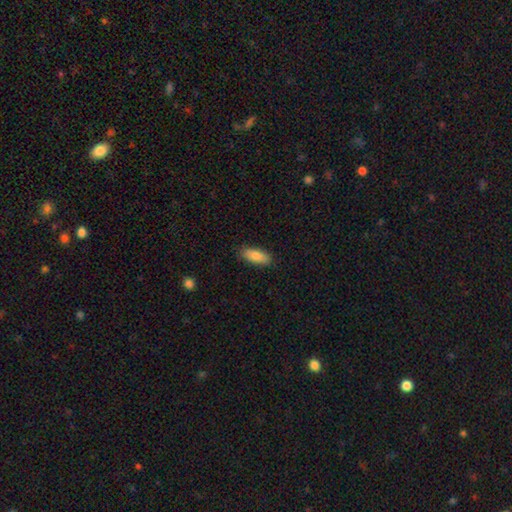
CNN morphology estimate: smooth-or-featured: smooth: 84% | featured or disk: 10% | star or artifact: 6%
  how-rounded: in between: 70% | cigar-shaped: 28% | round: 2%
  merging: none: 87% | minor disturbance: 10% | major disturbance: 2% | merger: 1%